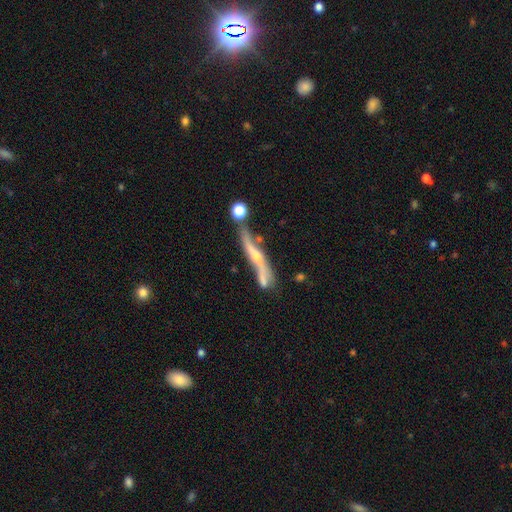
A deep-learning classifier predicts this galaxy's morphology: Smooth or featured: featured or disk — 69% (smooth — 20%)
Edge-on disk: yes — 76% (no — 24%)
Edge-on bulge: rounded — 72% (none — 20%)
Merging: none — 54% (minor disturbance — 18%)